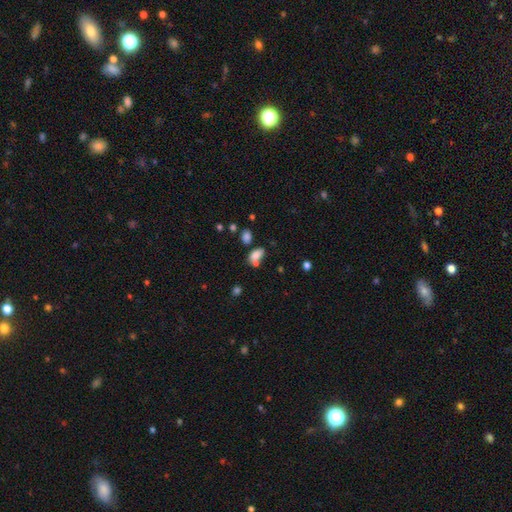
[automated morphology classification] smooth 77%, star or artifact 12%, featured or disk 11%. Down the decision tree: how rounded — in between (86%); merging — merger (42%).